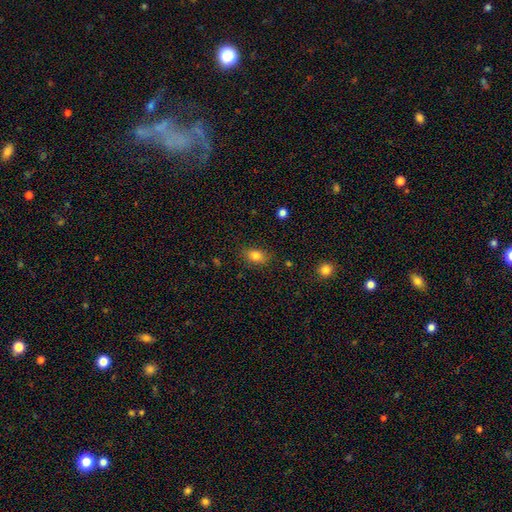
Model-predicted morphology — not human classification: Q: Smooth or featured?
A: smooth (82%); runner-up: star or artifact (11%)
Q: How rounded?
A: in between (71%); runner-up: round (27%)
Q: Merging?
A: none (82%); runner-up: minor disturbance (14%)